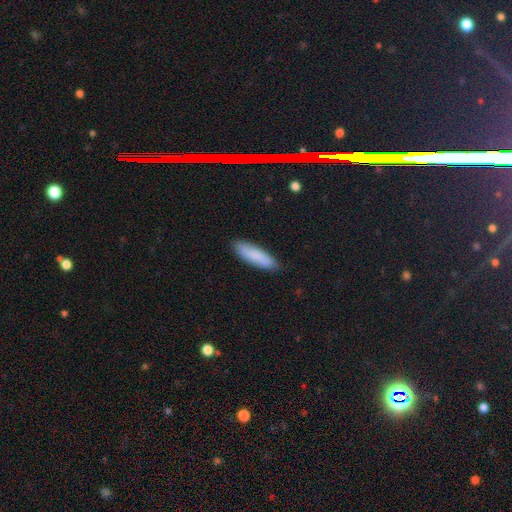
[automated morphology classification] smooth_or_featured: smooth (p=0.82) [alt: featured or disk p=0.11]
how_rounded: cigar-shaped (p=0.55) [alt: in between p=0.43]
merging: none (p=0.87) [alt: minor disturbance p=0.10]